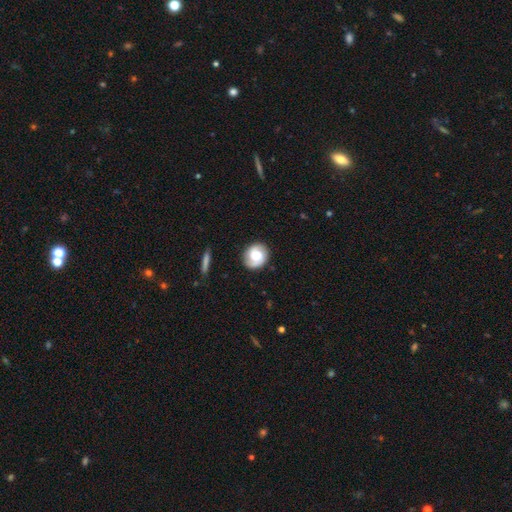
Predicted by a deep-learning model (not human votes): Smooth or featured? featured or disk (58%)
Edge-on disk? no (97%)
Bar? no (54%)
Spiral arms? yes (87%)
Bulge size? moderate (63%)
Merging? none (84%)